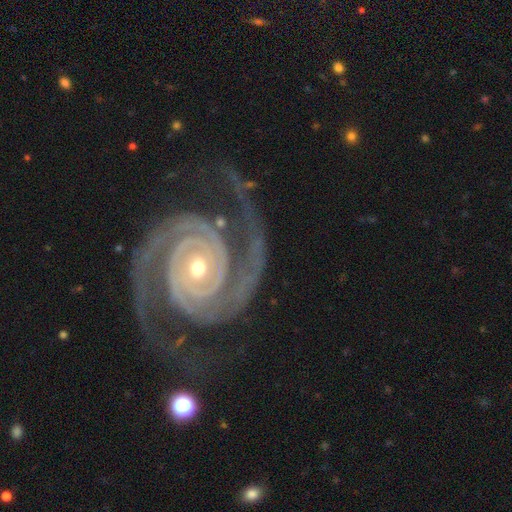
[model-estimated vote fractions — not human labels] Smooth or featured? featured or disk (94%)
Edge-on disk? no (98%)
Bar? no (58%)
Spiral arms? yes (99%)
Spiral winding? tight (70%)
Spiral arm count? 2 (89%)
Bulge size? small (53%)
Merging? none (77%)